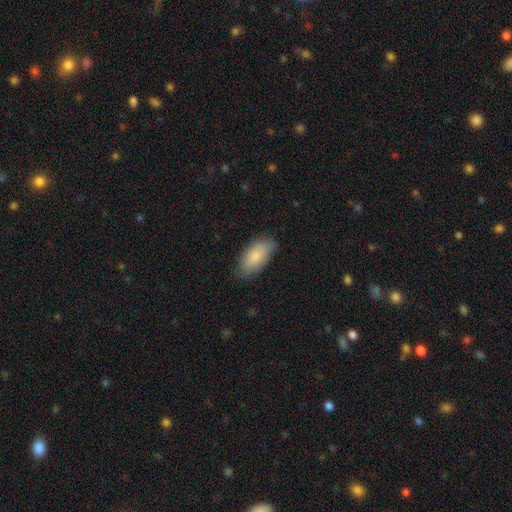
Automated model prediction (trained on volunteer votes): smooth_or_featured: smooth (p=0.85) [alt: featured or disk p=0.09]
how_rounded: in between (p=0.91) [alt: cigar-shaped p=0.07]
merging: none (p=0.79) [alt: minor disturbance p=0.17]